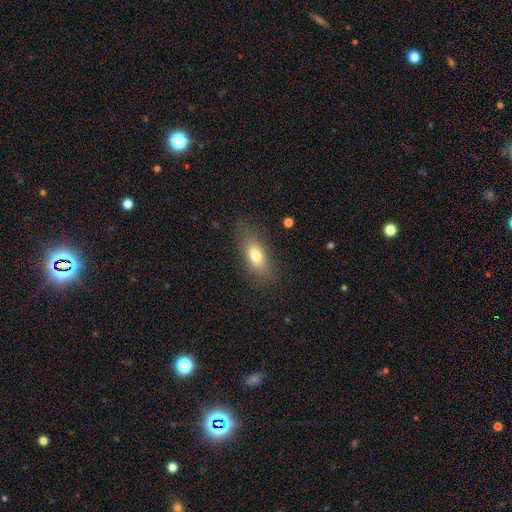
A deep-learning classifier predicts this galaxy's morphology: smooth_or_featured: smooth (p=0.74) [alt: featured or disk p=0.18]
how_rounded: in between (p=0.80) [alt: cigar-shaped p=0.14]
merging: none (p=0.75) [alt: minor disturbance p=0.17]